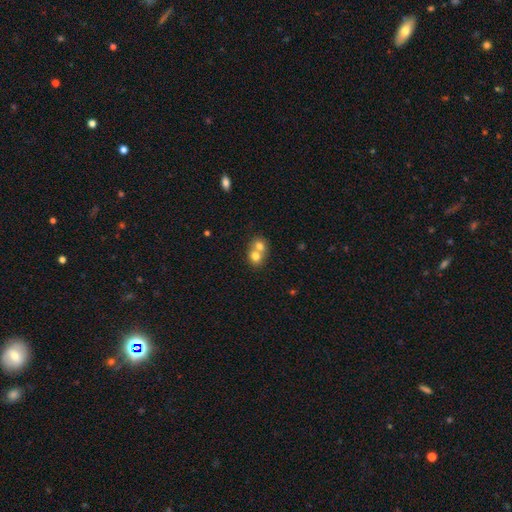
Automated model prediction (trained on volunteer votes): A smooth galaxy with no disk features (73%) that is round (66%).

Vote fractions:
- Smooth or featured? smooth: 73% / featured or disk: 18% / star or artifact: 10%
- How rounded? round: 66% / in between: 33% / cigar-shaped: 1%
- Merging? merger: 67% / none: 26% / minor disturbance: 5% / major disturbance: 2%